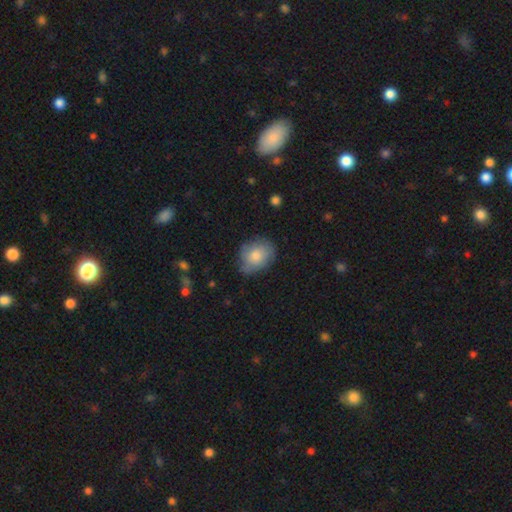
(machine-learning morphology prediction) Smooth or featured?
  - smooth: 74% *
  - featured or disk: 19%
  - star or artifact: 7%
How rounded?
  - in between: 51% *
  - round: 48%
  - cigar-shaped: 1%
Merging?
  - none: 67% *
  - minor disturbance: 26%
  - major disturbance: 6%
  - merger: 1%